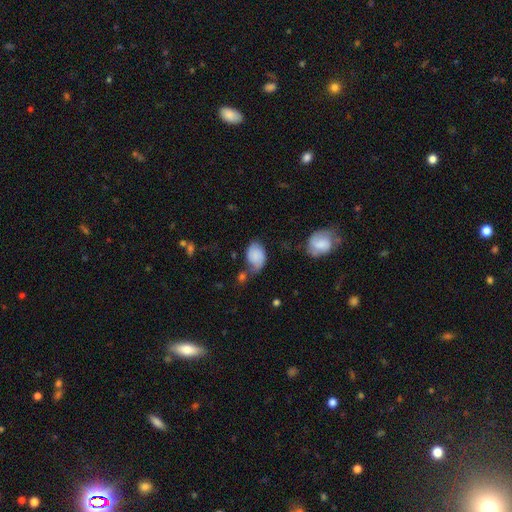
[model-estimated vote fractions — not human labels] smooth 70%, featured or disk 21%, star or artifact 9%. Down the decision tree: how rounded — in between (78%); merging — none (39%).